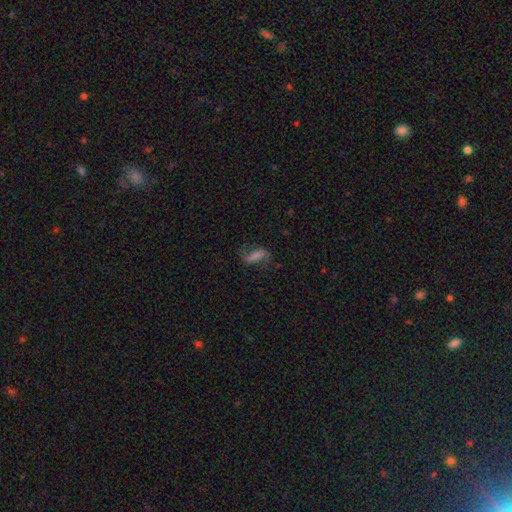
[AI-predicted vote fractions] A featured or disk galaxy (64%) with a strong bar (47%), 2 (89%) loose (67%) spiral arms (88%) and a small central bulge (35%).

Vote fractions:
- Smooth or featured? featured or disk: 64% / smooth: 24% / star or artifact: 11%
- Edge-on disk? no: 91% / yes: 9%
- Bar? strong: 47% / weak: 34% / no: 20%
- Spiral arms? yes: 88% / no: 12%
- Spiral winding? loose: 67% / medium: 25% / tight: 8%
- Spiral arm count? 2: 89% / can't tell: 5% / 1: 4% / 3: 1% / 4: 1% / more than 4: 1%
- Bulge size? small: 35% / none: 29% / moderate: 26% / large: 8% / dominant: 2%
- Merging? none: 71% / minor disturbance: 16% / major disturbance: 11% / merger: 2%